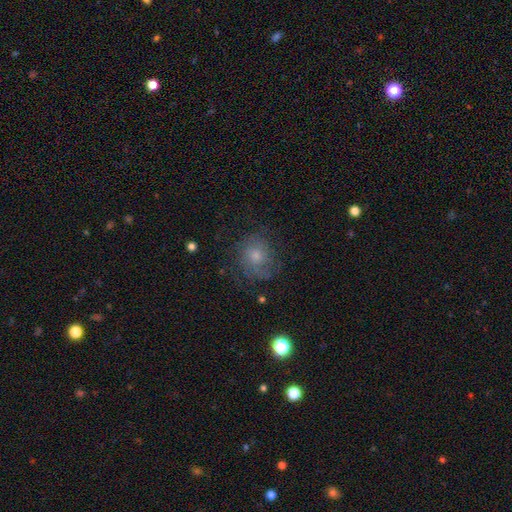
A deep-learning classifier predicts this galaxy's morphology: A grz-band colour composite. It shows a smooth galaxy with no disk features (44%). Merging: none (67%).